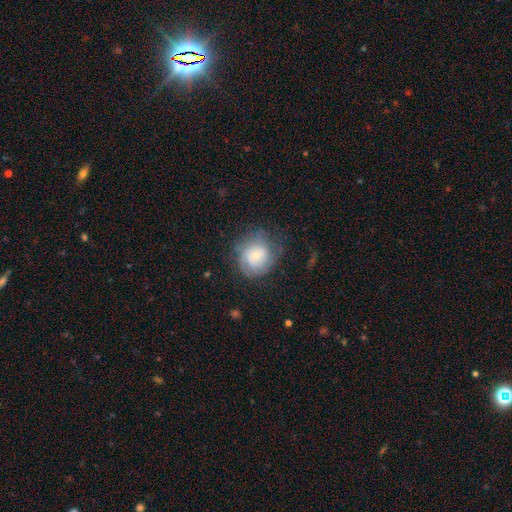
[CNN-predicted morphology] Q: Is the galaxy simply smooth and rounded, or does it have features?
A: featured or disk — 51%.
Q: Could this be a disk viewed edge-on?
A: no — 97%.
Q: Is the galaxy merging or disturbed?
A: none — 63%.